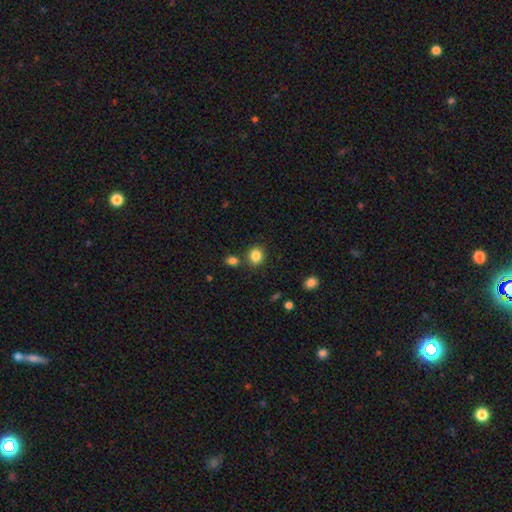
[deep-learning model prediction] Q: Smooth or featured?
A: smooth (85%); runner-up: star or artifact (10%)
Q: How rounded?
A: round (72%); runner-up: in between (27%)
Q: Merging?
A: none (79%); runner-up: minor disturbance (9%)